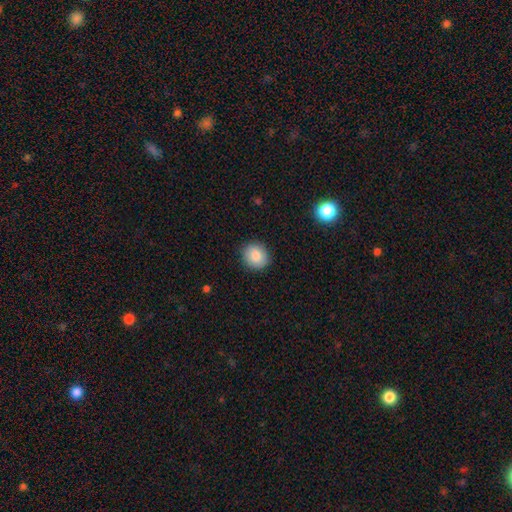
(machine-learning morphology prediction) Smooth or featured?
  - smooth: 82% *
  - featured or disk: 10%
  - star or artifact: 8%
How rounded?
  - round: 77% *
  - in between: 22%
  - cigar-shaped: 1%
Merging?
  - none: 89% *
  - minor disturbance: 8%
  - major disturbance: 2%
  - merger: 1%